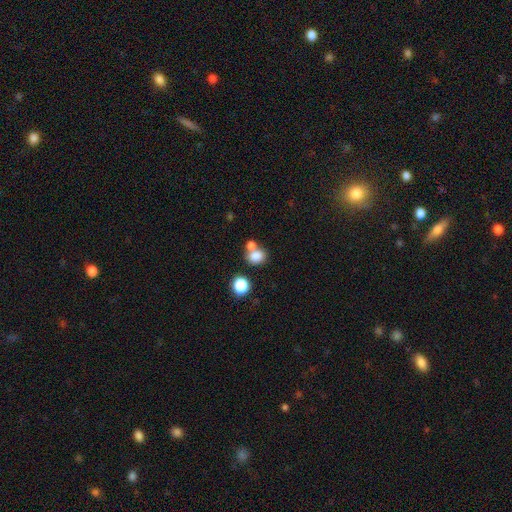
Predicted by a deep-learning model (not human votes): Smooth or featured?
  - smooth: 80% *
  - star or artifact: 12%
  - featured or disk: 8%
How rounded?
  - round: 55% *
  - in between: 44%
  - cigar-shaped: 1%
Merging?
  - none: 47% *
  - merger: 40%
  - minor disturbance: 9%
  - major disturbance: 4%